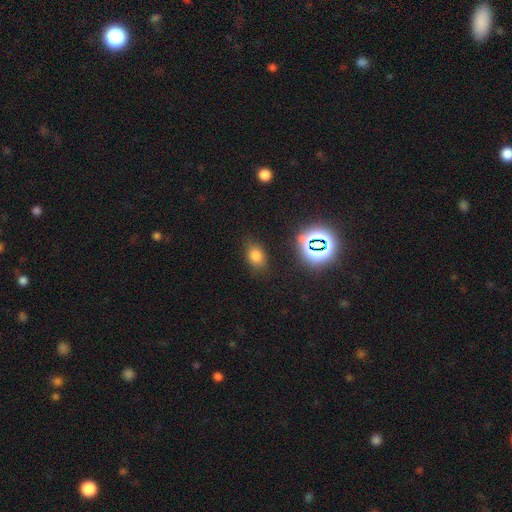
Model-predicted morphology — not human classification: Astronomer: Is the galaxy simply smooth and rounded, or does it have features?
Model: smooth — 72%.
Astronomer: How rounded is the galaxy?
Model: in between — 73%.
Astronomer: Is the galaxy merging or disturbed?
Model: none — 80%.